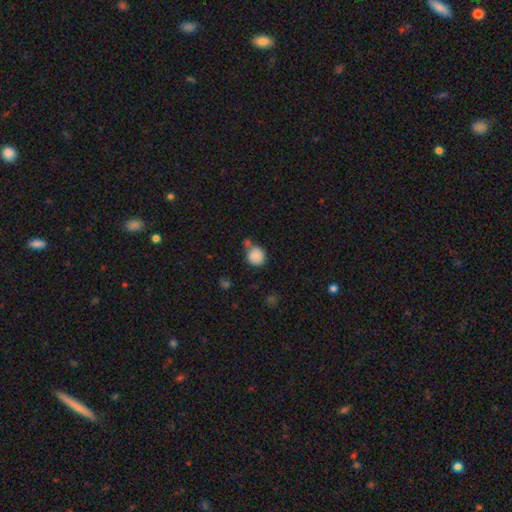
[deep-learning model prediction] smooth 86%, star or artifact 9%, featured or disk 5%. Down the decision tree: how rounded — round (86%); merging — none (59%).